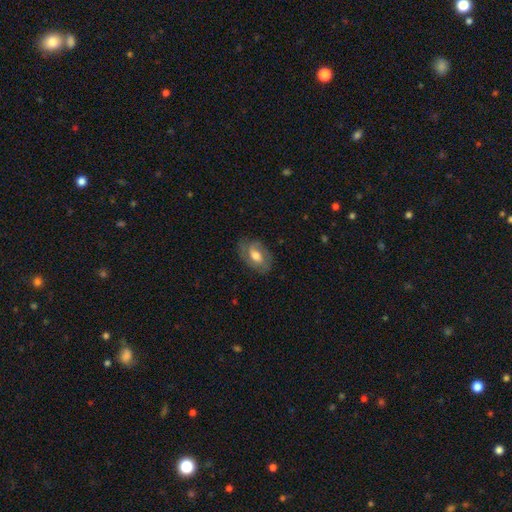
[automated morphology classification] Overall: featured or disk (52%; smooth 41%). Edge-on disk: no (94%). Merging: none (72%).